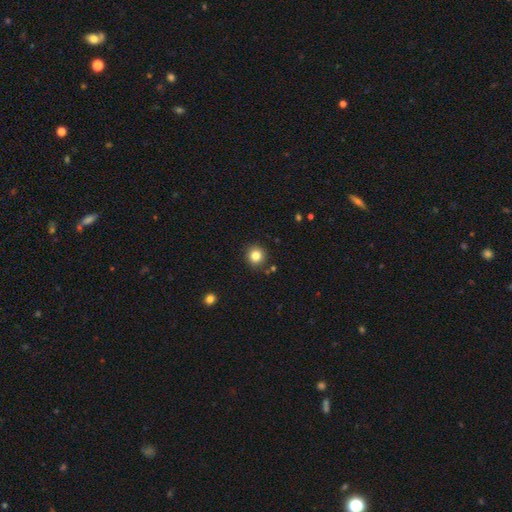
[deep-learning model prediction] Overall: smooth (83%). How rounded: round (93%). Merging: none (88%).